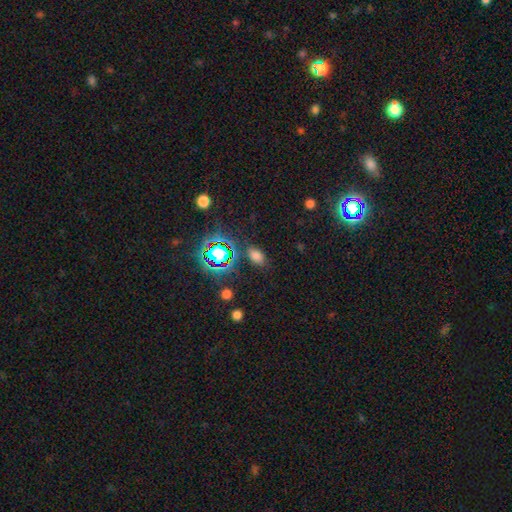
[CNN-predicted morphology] A smooth galaxy with no disk features (64%) that is in between round and cigar-shaped (87%). Merging: none (81%).